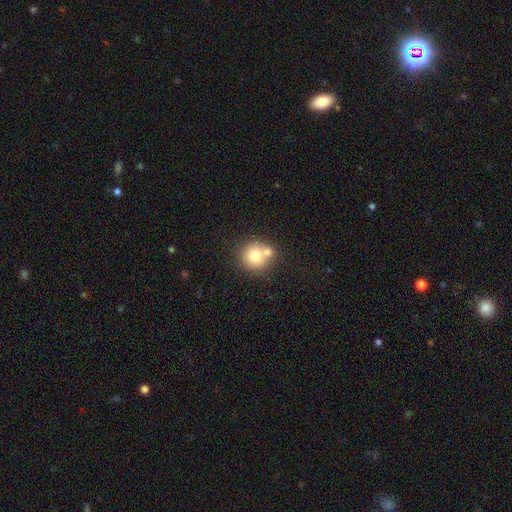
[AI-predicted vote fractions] Smooth or featured? smooth (74%)
How rounded? round (86%)
Merging? none (46%)